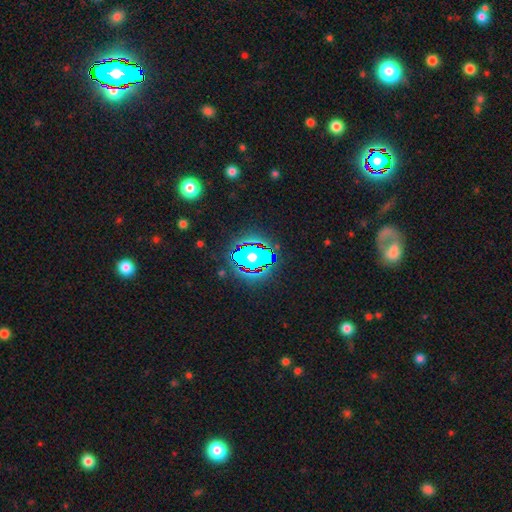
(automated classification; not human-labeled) A star or artifact, not a galaxy (50%).